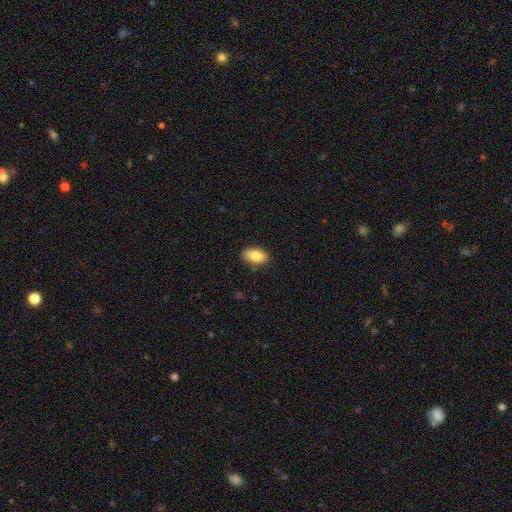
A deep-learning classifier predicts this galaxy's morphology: Overall: smooth (85%). How rounded: in between (93%). Merging: none (86%).